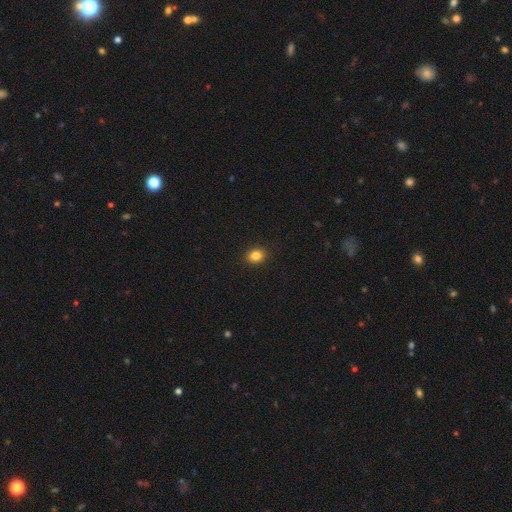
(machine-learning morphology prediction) smooth 85%, star or artifact 11%, featured or disk 5%. Down the decision tree: how rounded — round (52%); merging — none (91%).